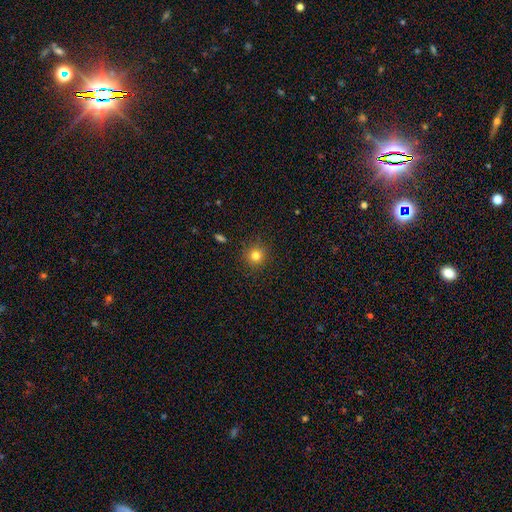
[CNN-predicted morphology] smooth-or-featured: smooth: 80% | star or artifact: 13% | featured or disk: 6%
  how-rounded: round: 93% | in between: 6% | cigar-shaped: 1%
  merging: none: 90% | minor disturbance: 7% | major disturbance: 2% | merger: 1%